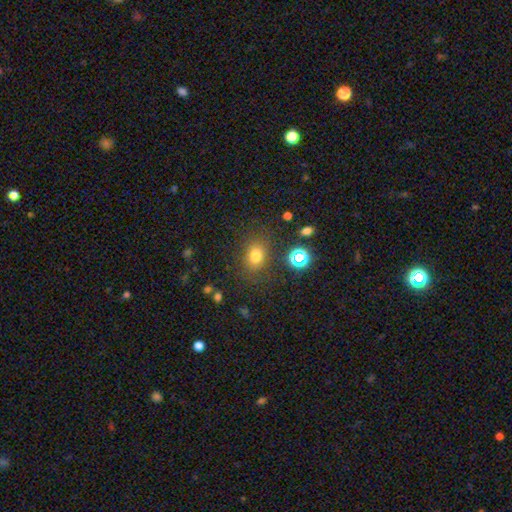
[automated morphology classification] Q: Smooth or featured?
A: smooth (73%); runner-up: star or artifact (18%)
Q: How rounded?
A: in between (54%); runner-up: round (45%)
Q: Merging?
A: none (79%); runner-up: minor disturbance (12%)